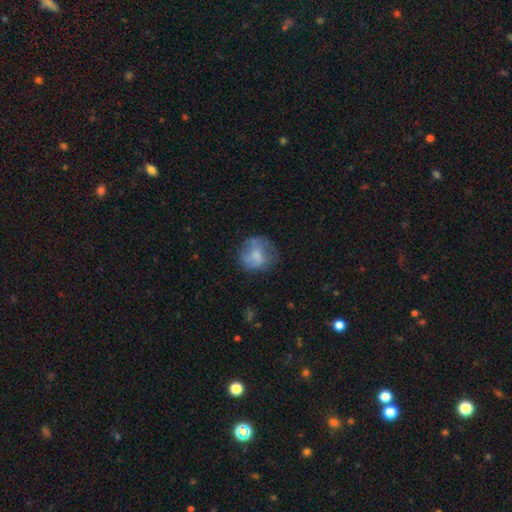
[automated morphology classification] A smooth galaxy with no disk features (62%) that is round (81%).

Vote fractions:
- Smooth or featured? smooth: 62% / featured or disk: 29% / star or artifact: 9%
- How rounded? round: 81% / in between: 18% / cigar-shaped: 1%
- Merging? none: 58% / minor disturbance: 23% / major disturbance: 16% / merger: 3%